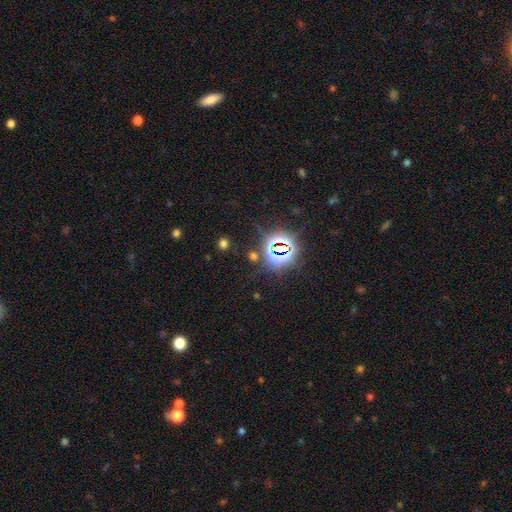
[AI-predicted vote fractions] Smooth or featured? Predicted: star or artifact (p=0.78).